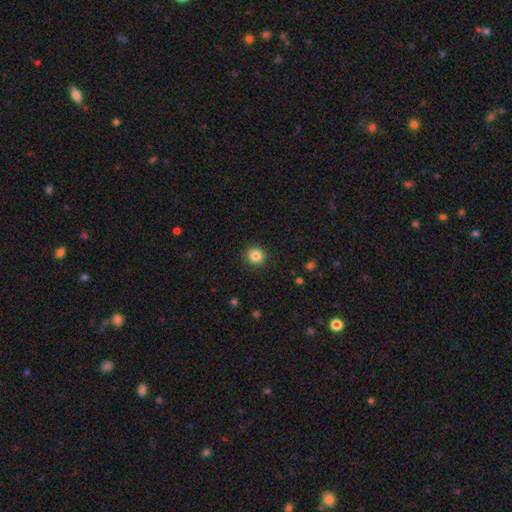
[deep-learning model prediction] A smooth galaxy with no disk features (85%) that is round (93%).

Vote fractions:
- Smooth or featured? smooth: 85% / star or artifact: 11% / featured or disk: 4%
- How rounded? round: 93% / in between: 6% / cigar-shaped: 1%
- Merging? none: 90% / minor disturbance: 7% / major disturbance: 2% / merger: 1%